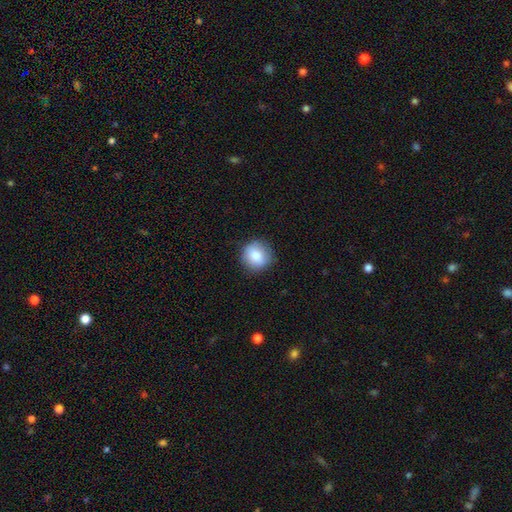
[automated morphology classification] Smooth or featured?
  - smooth: 81% *
  - featured or disk: 11%
  - star or artifact: 8%
How rounded?
  - round: 91% *
  - in between: 8%
  - cigar-shaped: 1%
Merging?
  - none: 86% *
  - minor disturbance: 11%
  - major disturbance: 2%
  - merger: 1%